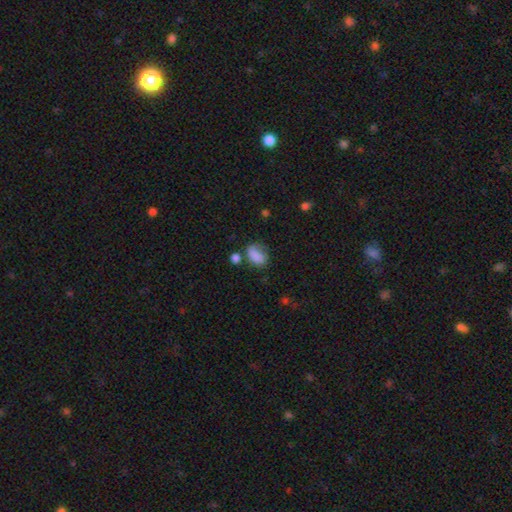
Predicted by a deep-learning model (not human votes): This is clearly a smooth galaxy (81%). How rounded: clearly in between (82%). Merging: possibly none (48%).